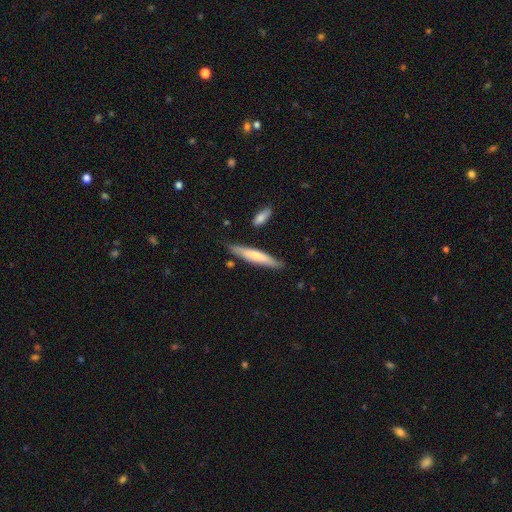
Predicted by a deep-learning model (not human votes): Smooth or featured? Predicted: smooth (p=0.60). How rounded? Predicted: cigar-shaped (p=0.88). Merging? Predicted: none (p=0.81).